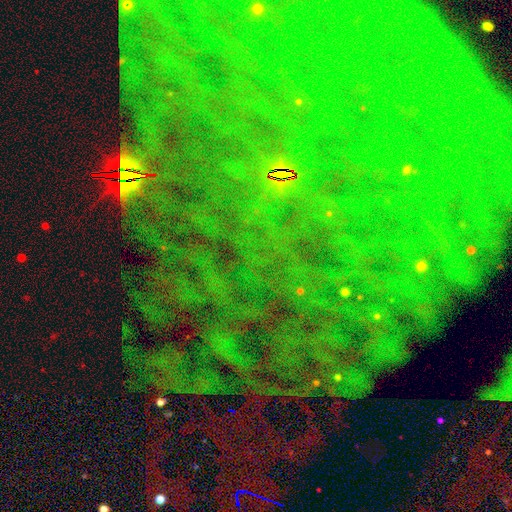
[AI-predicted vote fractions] Morphology: type=star or artifact (81%).